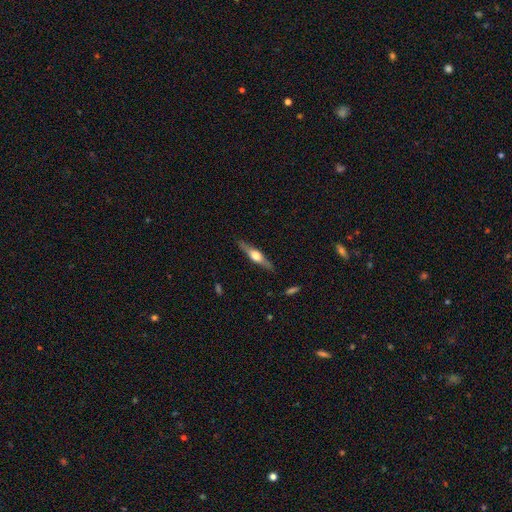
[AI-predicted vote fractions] The model was most divided on "smooth or featured": featured or disk: 71%, smooth: 24%, star or artifact: 5%. More confident: edge-on disk — yes (97%); edge-on bulge — rounded (92%); merging — none (88%).